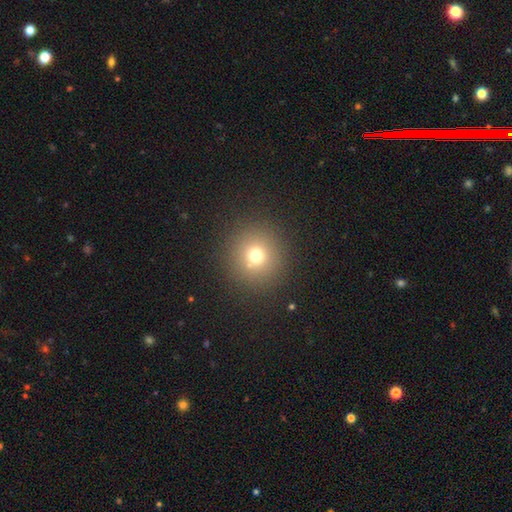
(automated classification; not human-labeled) This appears to be a smooth galaxy with no disk features (70%) that is round (94%). Merging: none (87%).